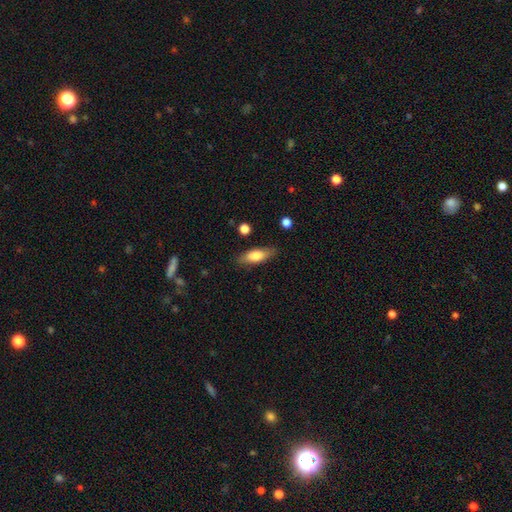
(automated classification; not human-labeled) Smooth or featured? Predicted: smooth (p=0.73). How rounded? Predicted: in between (p=0.66). Merging? Predicted: none (p=0.81).